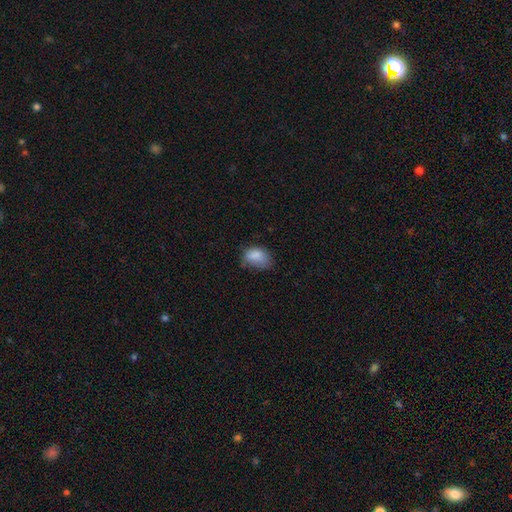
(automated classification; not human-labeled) This is clearly a smooth galaxy (83%). How rounded: clearly in between (82%). Merging: marginally none (45%).